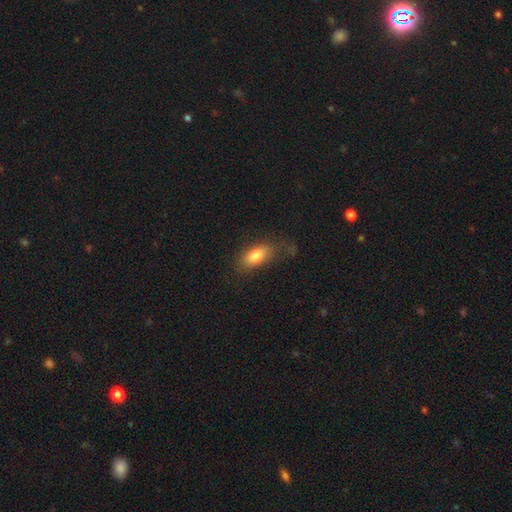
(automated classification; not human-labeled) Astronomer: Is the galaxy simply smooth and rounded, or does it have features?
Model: smooth — 80%.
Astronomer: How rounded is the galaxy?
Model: in between — 87%.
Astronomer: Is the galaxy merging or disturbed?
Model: none — 59%.